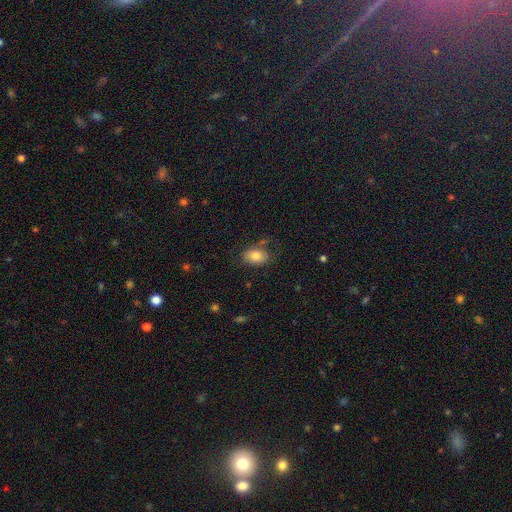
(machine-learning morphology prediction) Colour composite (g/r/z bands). It shows a smooth galaxy with no disk features (81%) that is in between round and cigar-shaped (84%). Merging: none (72%).